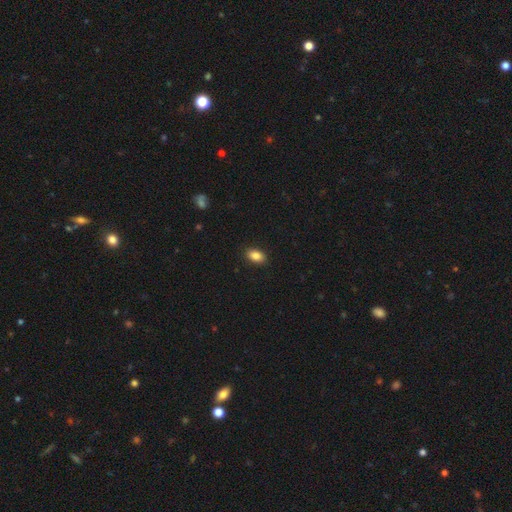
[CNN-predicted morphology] smooth-or-featured: smooth: 86% | star or artifact: 8% | featured or disk: 5%
  how-rounded: in between: 88% | round: 10% | cigar-shaped: 2%
  merging: none: 90% | minor disturbance: 8% | major disturbance: 2% | merger: 1%